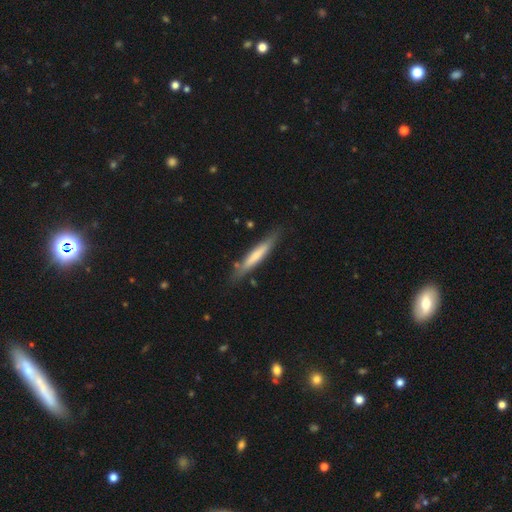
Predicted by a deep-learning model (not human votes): Smooth or featured? Predicted: smooth (p=0.64). How rounded? Predicted: cigar-shaped (p=0.92). Merging? Predicted: none (p=0.81).